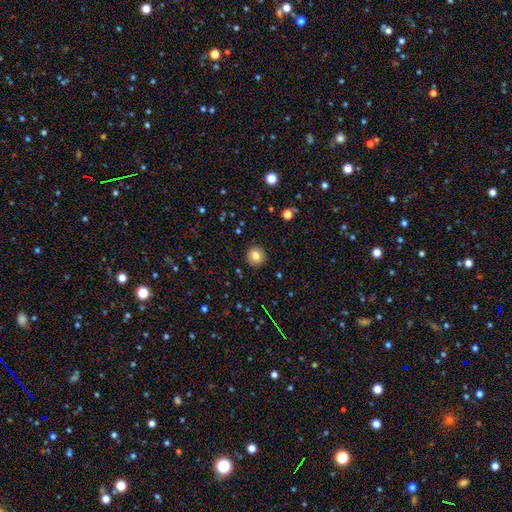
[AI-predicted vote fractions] Smooth or featured: smooth — 82% (star or artifact — 10%)
How rounded: round — 90% (in between — 9%)
Merging: none — 90% (minor disturbance — 6%)